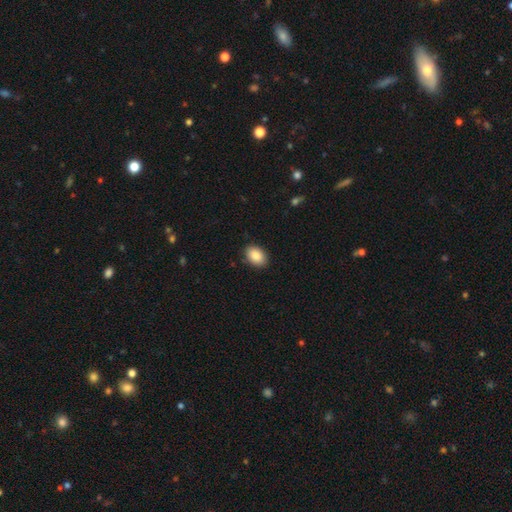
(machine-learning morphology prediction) A smooth galaxy with no disk features (89%) that is in between round and cigar-shaped (81%). Merging: none (88%).